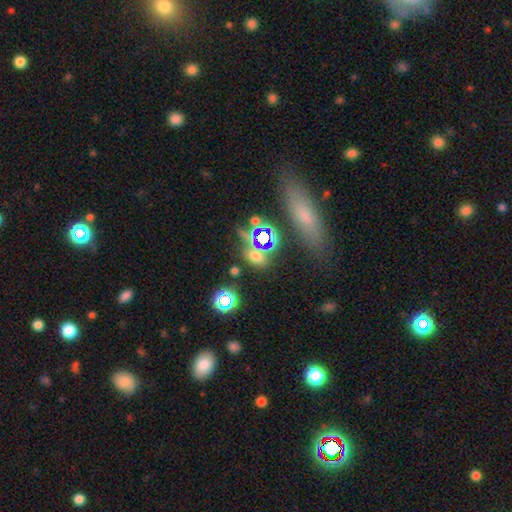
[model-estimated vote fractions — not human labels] Smooth or featured: smooth — 47% (star or artifact — 43%)
Merging: none — 71% (minor disturbance — 12%)